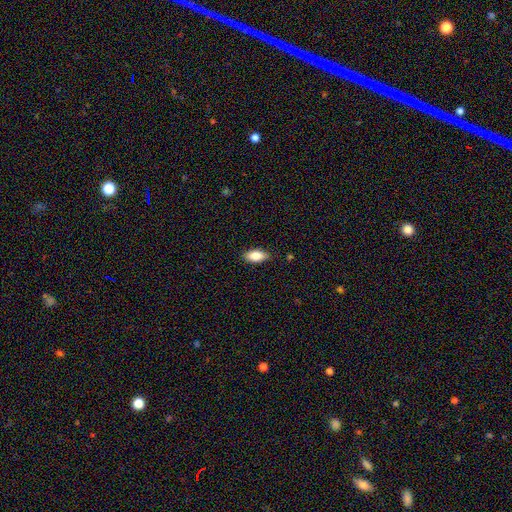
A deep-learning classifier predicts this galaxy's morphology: type=smooth (85%); roundness=in between (89%); merging=none (85%).